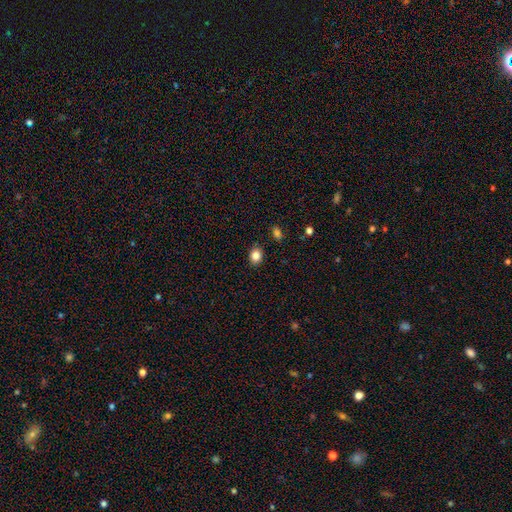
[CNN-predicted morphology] This is clearly a smooth galaxy (85%). How rounded: possibly in between (53%). Merging: clearly none (88%).